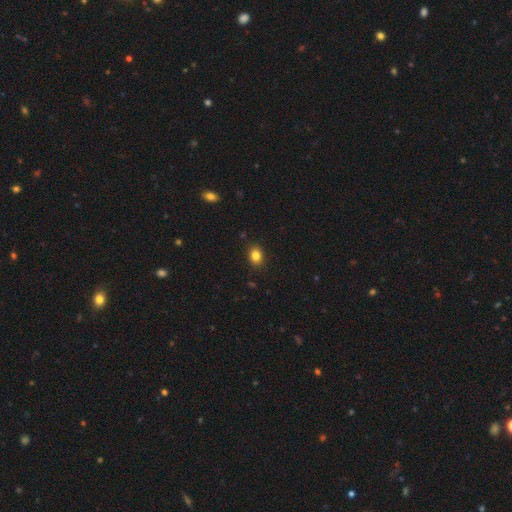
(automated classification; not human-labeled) The model was most divided on "how rounded": in between: 54%, round: 45%, cigar-shaped: 1%. More confident: merging — none (88%); smooth or featured — smooth (83%).